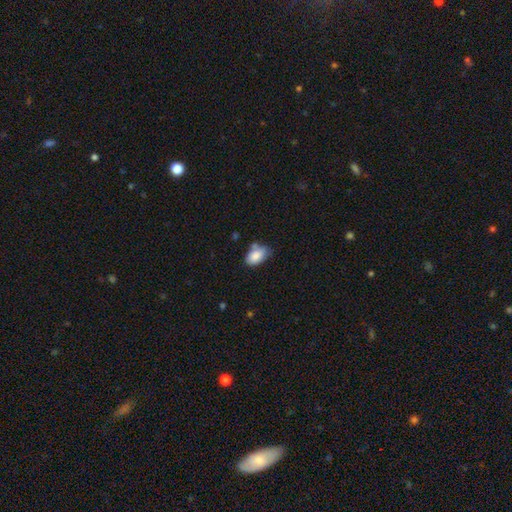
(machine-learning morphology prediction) Smooth or featured? smooth (84%)
How rounded? in between (91%)
Merging? none (49%)